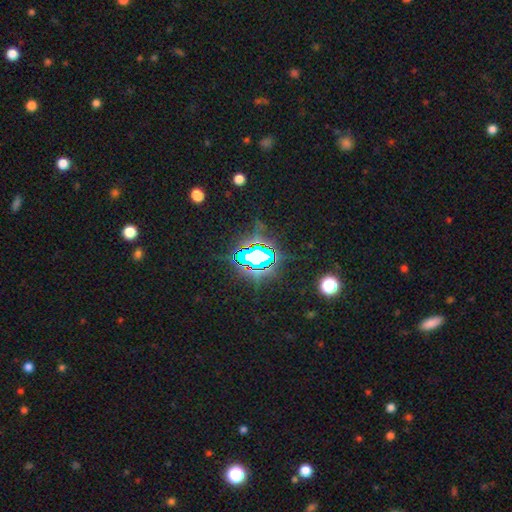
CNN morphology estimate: This appears to be a star or artifact, not a galaxy (78%).